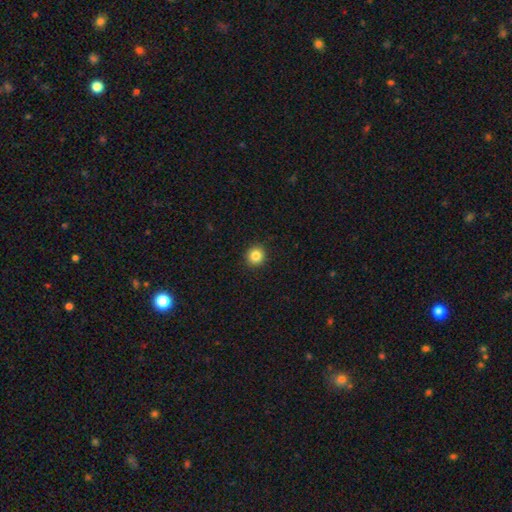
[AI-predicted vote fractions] This appears to be a smooth galaxy with no disk features (85%) that is round (93%). Merging: none (92%).